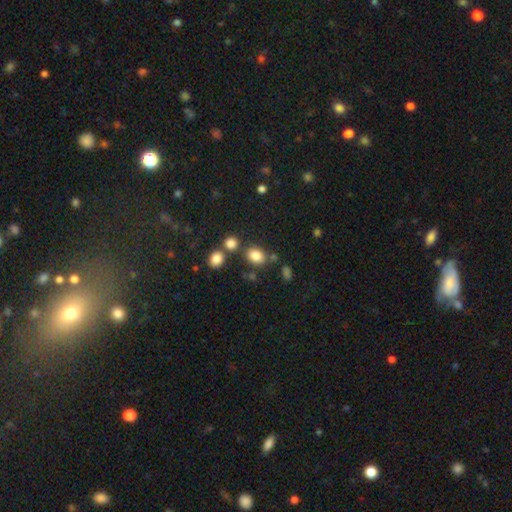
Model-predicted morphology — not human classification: smooth 82%, star or artifact 12%, featured or disk 6%. Down the decision tree: how rounded — in between (60%); merging — none (70%).